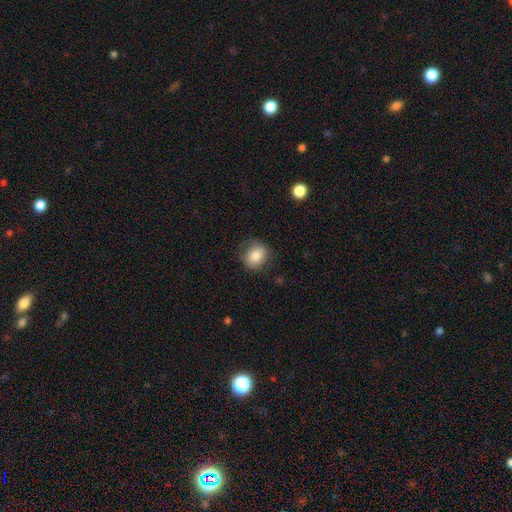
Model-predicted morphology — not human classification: This is clearly a smooth galaxy (81%). How rounded: possibly round (60%). Merging: likely none (77%).